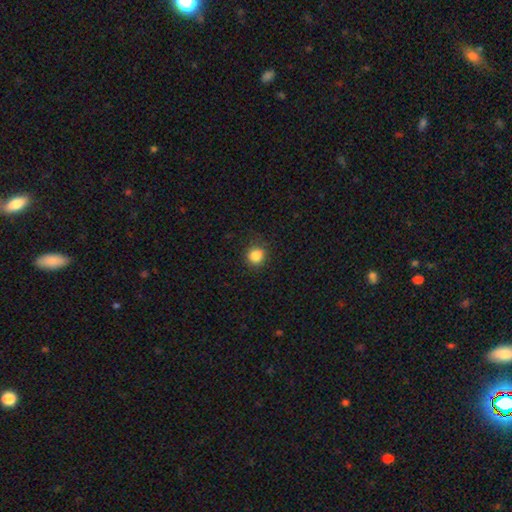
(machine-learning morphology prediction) smooth_or_featured: smooth (p=0.85) [alt: star or artifact p=0.11]
how_rounded: round (p=0.87) [alt: in between p=0.12]
merging: none (p=0.85) [alt: minor disturbance p=0.11]